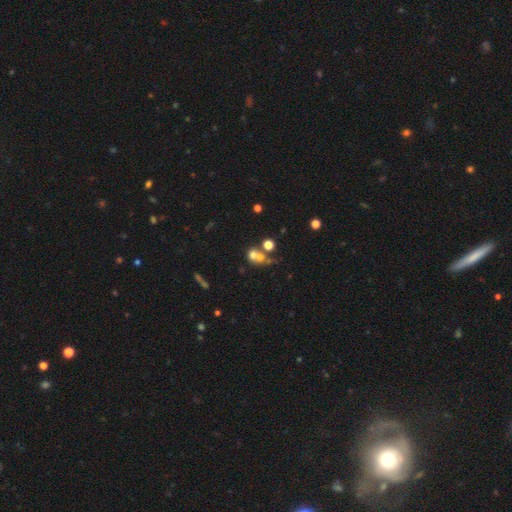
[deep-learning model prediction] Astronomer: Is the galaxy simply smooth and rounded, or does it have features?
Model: smooth — 58%.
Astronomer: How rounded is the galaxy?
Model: round — 72%.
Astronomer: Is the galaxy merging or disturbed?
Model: merger — 54% (runner-up: none, 29%).